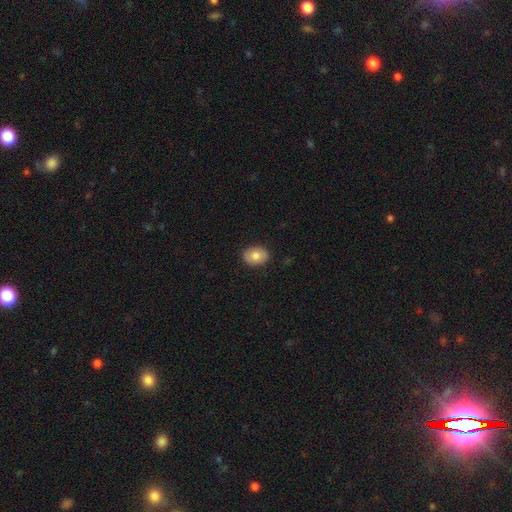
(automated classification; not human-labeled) This is clearly a smooth galaxy (82%). How rounded: likely in between (74%). Merging: clearly none (89%).